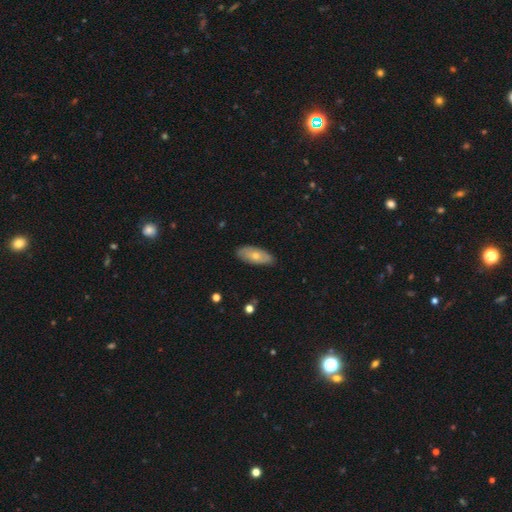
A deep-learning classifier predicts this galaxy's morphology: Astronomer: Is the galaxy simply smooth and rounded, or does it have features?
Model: smooth — 59% (runner-up: featured or disk, 35%).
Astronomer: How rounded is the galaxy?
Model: in between — 86%.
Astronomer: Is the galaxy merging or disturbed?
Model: none — 82%.